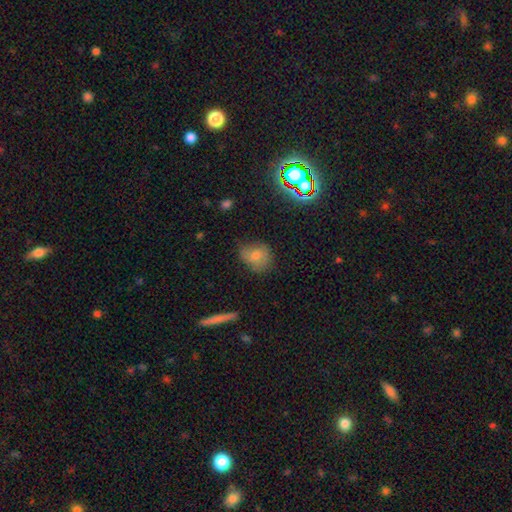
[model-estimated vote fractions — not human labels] Q: Smooth or featured?
A: smooth (65%); runner-up: star or artifact (18%)
Q: How rounded?
A: round (63%); runner-up: in between (35%)
Q: Merging?
A: none (65%); runner-up: minor disturbance (25%)